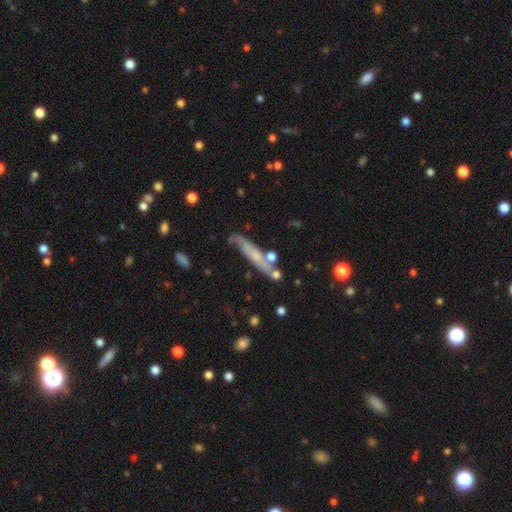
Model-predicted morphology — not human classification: type=featured or disk (50%); merging=none (66%).